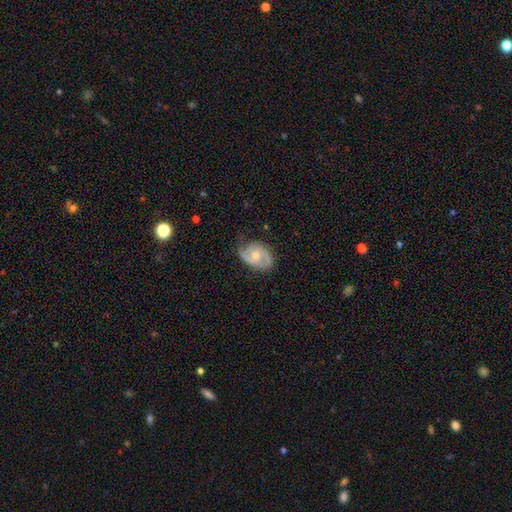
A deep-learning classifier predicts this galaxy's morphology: A featured or disk galaxy (73%) with no bar (58%), 2 (82%) medium (49%) spiral arms (92%) and a moderate central bulge (58%).

Vote fractions:
- Smooth or featured? featured or disk: 73% / smooth: 21% / star or artifact: 6%
- Edge-on disk? no: 97% / yes: 3%
- Bar? no: 58% / weak: 36% / strong: 6%
- Spiral arms? yes: 92% / no: 8%
- Spiral winding? medium: 49% / tight: 31% / loose: 21%
- Spiral arm count? 2: 82% / can't tell: 9% / 1: 5% / 3: 3% / 4: 1% / more than 4: 1%
- Bulge size? moderate: 58% / small: 35% / large: 3% / none: 3% / dominant: 1%
- Merging? none: 65% / minor disturbance: 26% / major disturbance: 8% / merger: 1%